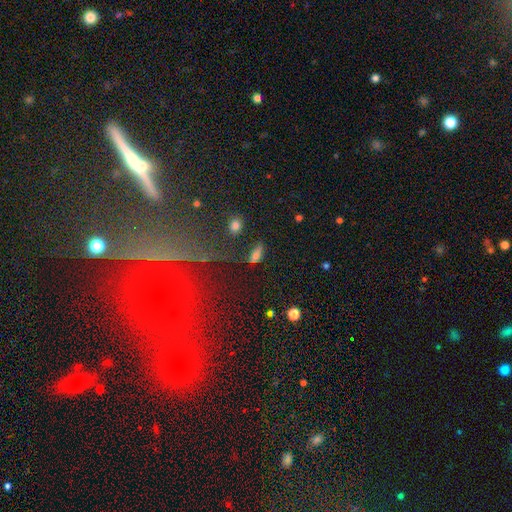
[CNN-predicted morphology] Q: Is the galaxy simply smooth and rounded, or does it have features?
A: smooth — 67%.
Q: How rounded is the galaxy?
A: in between — 57%.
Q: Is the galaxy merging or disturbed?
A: none — 52%.